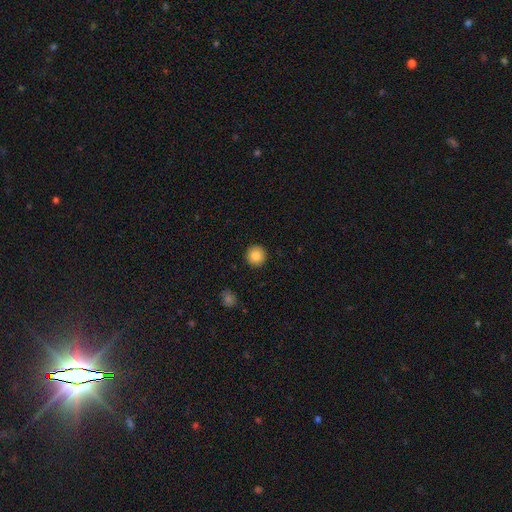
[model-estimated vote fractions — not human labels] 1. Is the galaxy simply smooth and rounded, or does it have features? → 85% smooth, 9% star or artifact, 7% featured or disk.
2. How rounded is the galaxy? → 95% round, 4% in between, 1% cigar-shaped.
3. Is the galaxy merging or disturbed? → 93% none, 4% minor disturbance, 1% major disturbance, 1% merger.